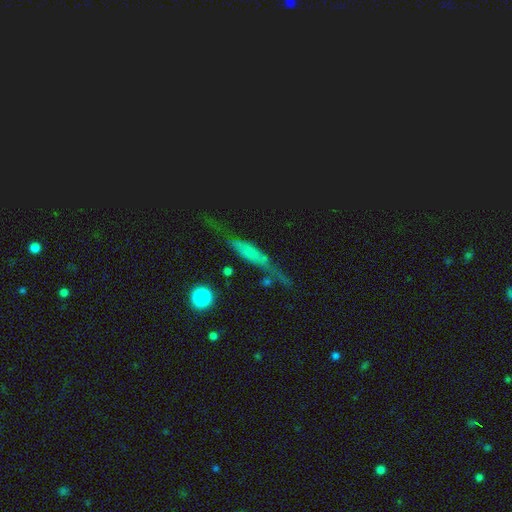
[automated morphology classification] Smooth or featured?
  - featured or disk: 37% *
  - star or artifact: 35%
  - smooth: 29%
Merging?
  - none: 68% *
  - minor disturbance: 19%
  - major disturbance: 9%
  - merger: 5%